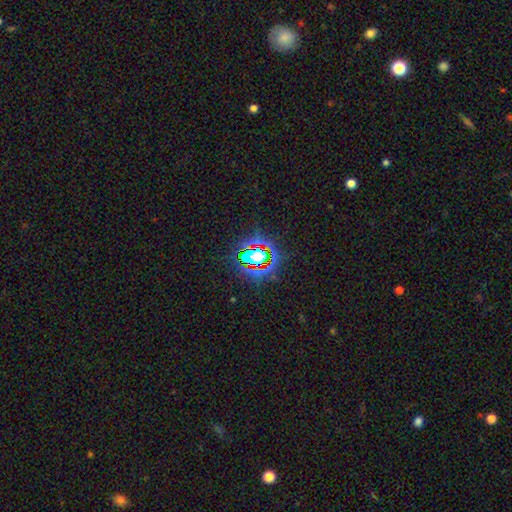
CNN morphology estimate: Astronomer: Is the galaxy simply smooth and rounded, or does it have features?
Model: star or artifact — 79%.